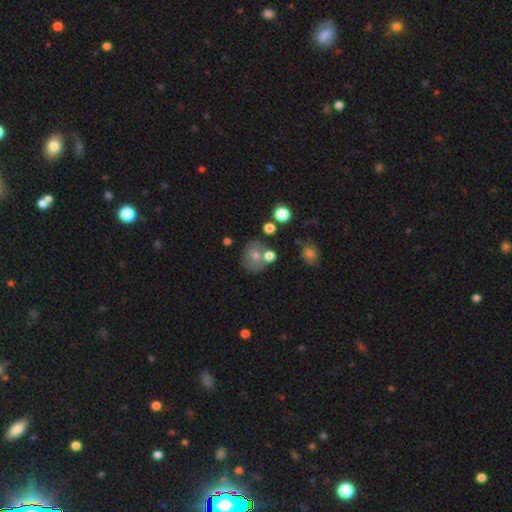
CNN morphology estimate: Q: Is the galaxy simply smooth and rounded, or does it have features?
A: smooth — 65%.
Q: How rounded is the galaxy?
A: round — 68%.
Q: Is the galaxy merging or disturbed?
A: none — 51%.